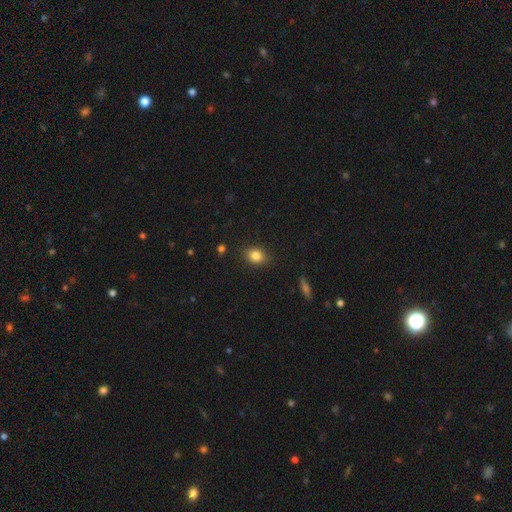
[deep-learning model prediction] Smooth or featured?
  - smooth: 83% *
  - star or artifact: 10%
  - featured or disk: 7%
How rounded?
  - in between: 60% *
  - round: 39%
  - cigar-shaped: 2%
Merging?
  - none: 86% *
  - minor disturbance: 10%
  - major disturbance: 2%
  - merger: 1%